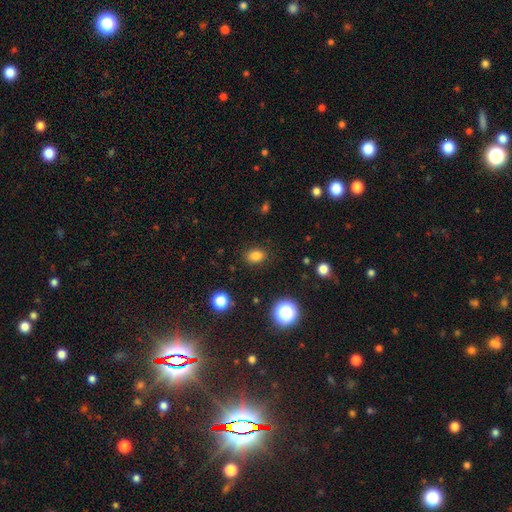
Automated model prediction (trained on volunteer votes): smooth-or-featured: smooth: 81% | star or artifact: 14% | featured or disk: 6%
  how-rounded: in between: 70% | round: 29% | cigar-shaped: 1%
  merging: none: 87% | minor disturbance: 9% | major disturbance: 3% | merger: 1%